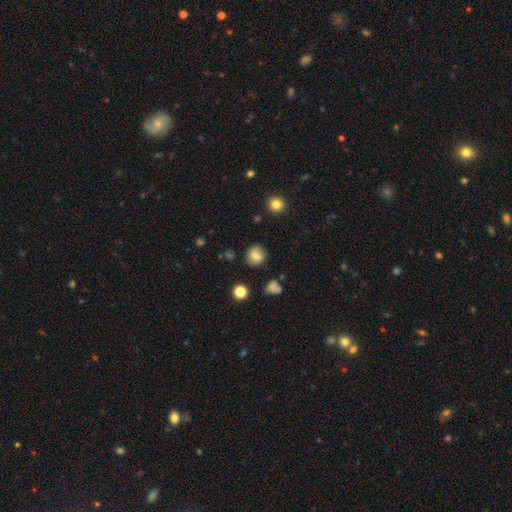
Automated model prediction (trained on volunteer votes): The model was most divided on "smooth or featured": smooth: 74%, featured or disk: 15%, star or artifact: 11%. More confident: how rounded — round (82%); merging — none (79%).